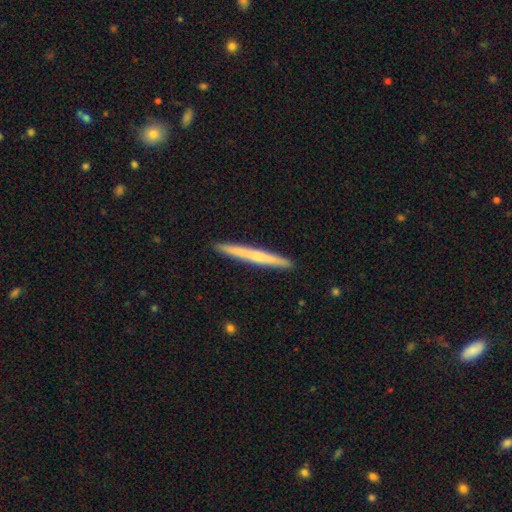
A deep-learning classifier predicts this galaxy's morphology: Smooth or featured: featured or disk — 47% (tied with smooth — 47%)
Merging: none — 93% (minor disturbance — 5%)